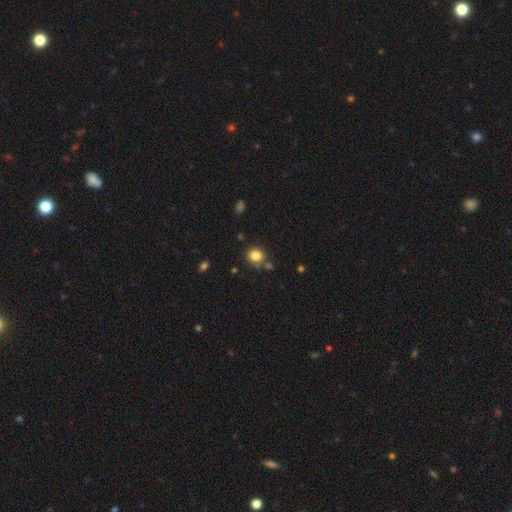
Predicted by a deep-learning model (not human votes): Q: Smooth or featured?
A: smooth (83%); runner-up: star or artifact (11%)
Q: How rounded?
A: round (81%); runner-up: in between (18%)
Q: Merging?
A: none (75%); runner-up: minor disturbance (11%)